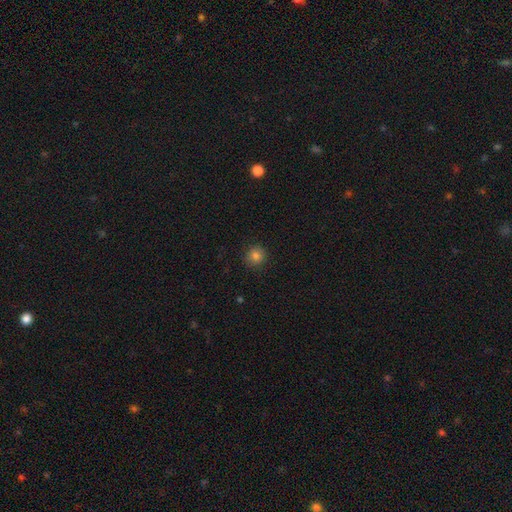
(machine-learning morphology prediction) Smooth or featured? smooth (82%)
How rounded? round (92%)
Merging? none (91%)